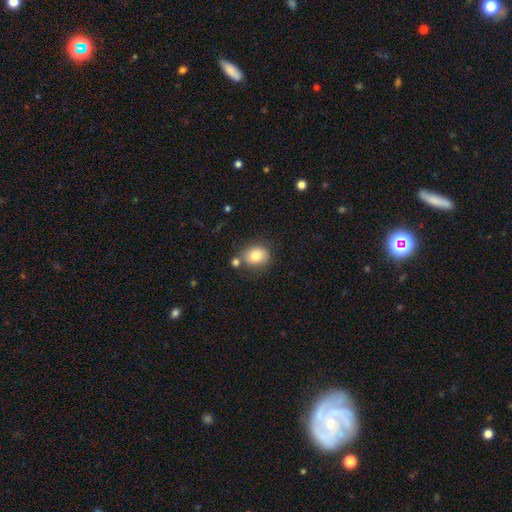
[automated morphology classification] smooth_or_featured: smooth (p=0.82) [alt: featured or disk p=0.09]
how_rounded: round (p=0.52) [alt: in between p=0.47]
merging: none (p=0.66) [alt: minor disturbance p=0.15]